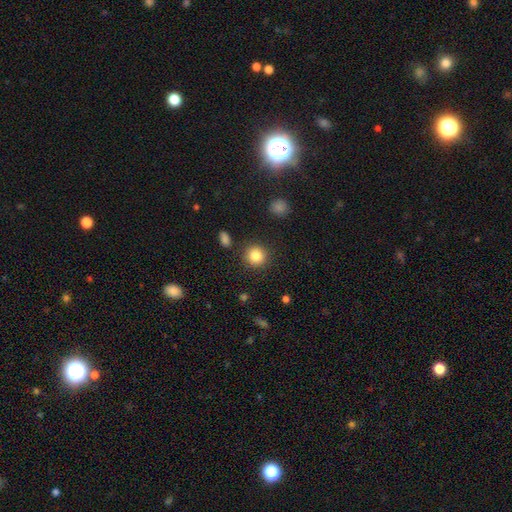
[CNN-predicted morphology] Overall: smooth (85%). How rounded: round (91%). Merging: none (87%).